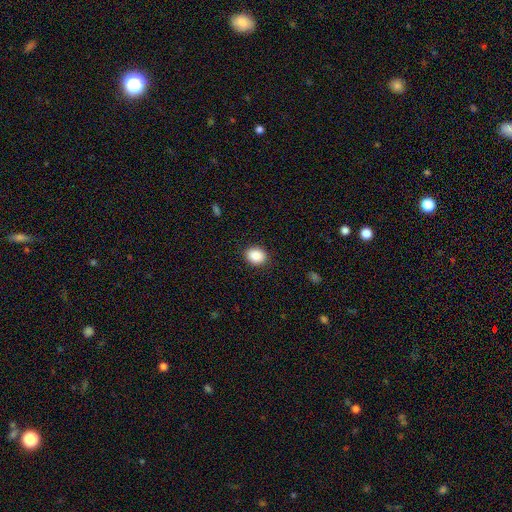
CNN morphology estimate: A smooth galaxy with no disk features (89%) that is in between round and cigar-shaped (52%). Merging: none (89%).